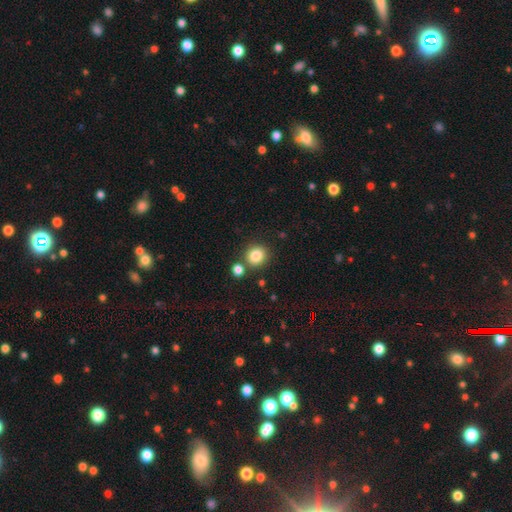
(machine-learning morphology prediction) This is clearly a smooth galaxy (84%). How rounded: clearly round (83%). Merging: likely none (77%).